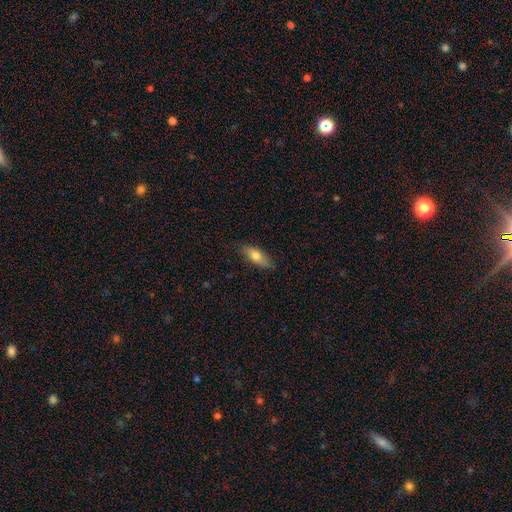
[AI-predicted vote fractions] Smooth or featured: smooth — 71% (featured or disk — 23%)
How rounded: in between — 71% (cigar-shaped — 26%)
Merging: none — 80% (minor disturbance — 16%)